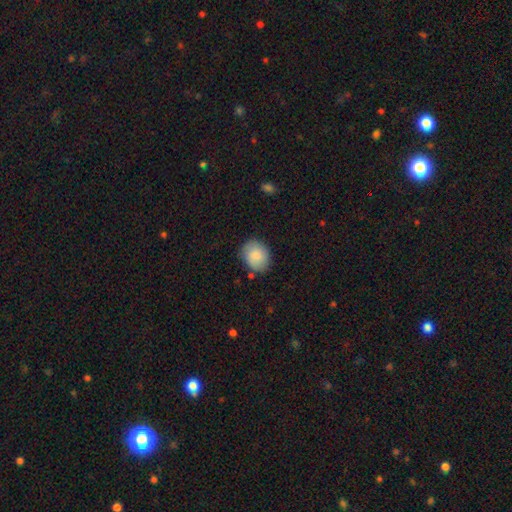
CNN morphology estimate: smooth 81%, featured or disk 12%, star or artifact 7%. Down the decision tree: how rounded — round (56%); merging — none (78%).